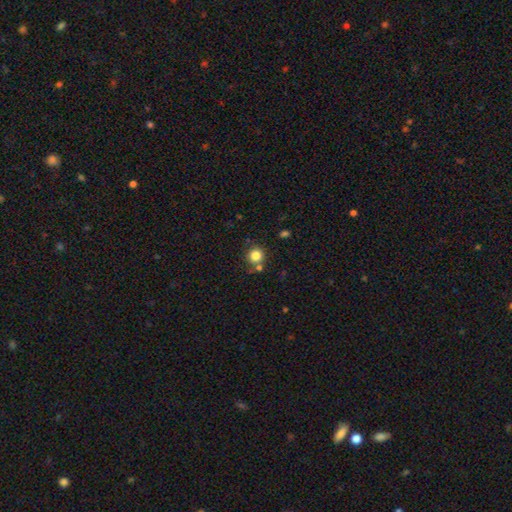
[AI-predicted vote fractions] This appears to be a smooth galaxy with no disk features (83%) that is round (92%). Merging: none (74%).